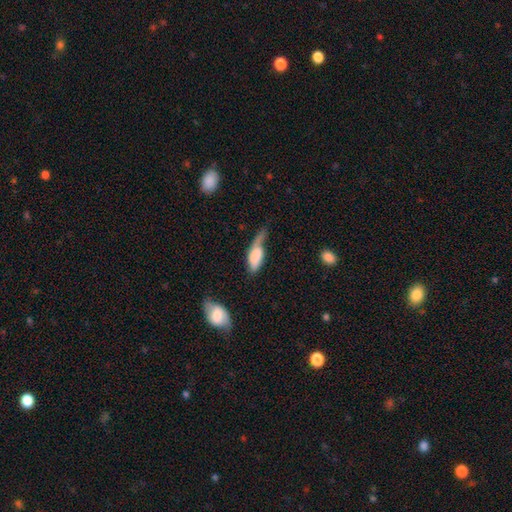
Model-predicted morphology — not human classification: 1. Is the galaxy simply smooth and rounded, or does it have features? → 71% smooth, 22% featured or disk, 7% star or artifact.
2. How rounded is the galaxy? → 79% in between, 17% cigar-shaped, 4% round.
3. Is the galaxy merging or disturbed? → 37% major disturbance, 32% minor disturbance, 21% none, 10% merger.